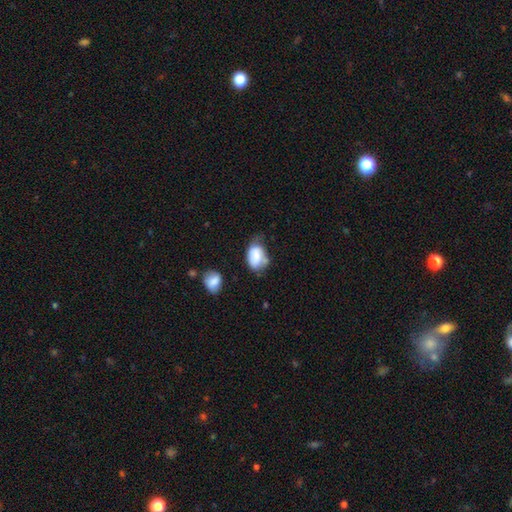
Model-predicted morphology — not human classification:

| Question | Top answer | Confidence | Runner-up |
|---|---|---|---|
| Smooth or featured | smooth | 79% | featured or disk (13%) |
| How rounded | in between | 82% | round (17%) |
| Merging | minor disturbance | 40% | none (34%) |